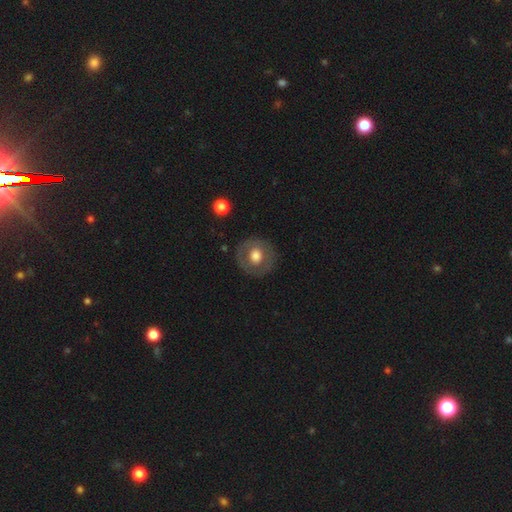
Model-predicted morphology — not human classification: smooth_or_featured: smooth (p=0.56) [alt: featured or disk p=0.37]
how_rounded: round (p=0.88) [alt: in between p=0.11]
merging: none (p=0.84) [alt: minor disturbance p=0.10]